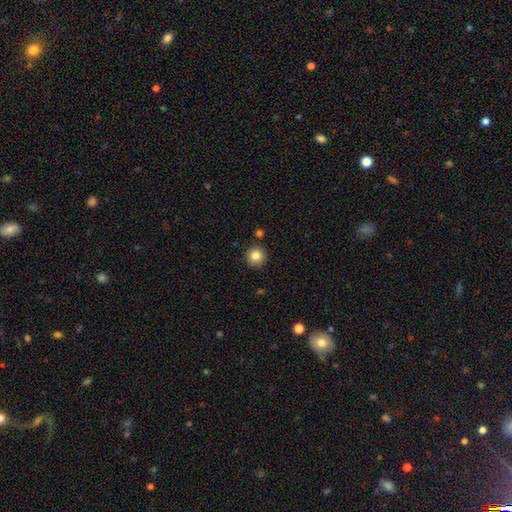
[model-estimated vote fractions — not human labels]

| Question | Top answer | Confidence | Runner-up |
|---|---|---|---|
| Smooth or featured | smooth | 83% | star or artifact (11%) |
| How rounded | round | 95% | in between (4%) |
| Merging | none | 89% | minor disturbance (6%) |